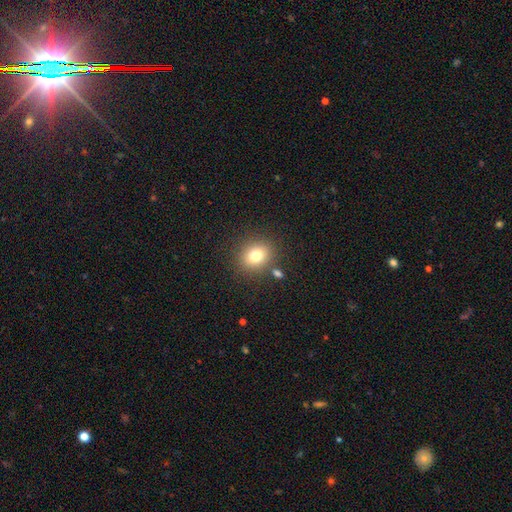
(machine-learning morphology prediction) A smooth galaxy with no disk features (78%) that is round (67%). Merging: none (81%).